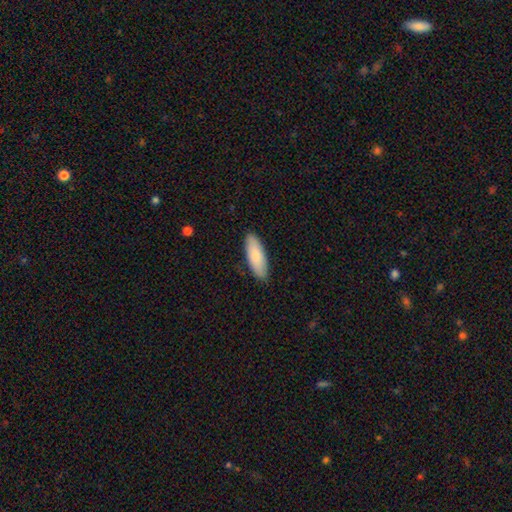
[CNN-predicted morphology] A smooth galaxy with no disk features (84%) that is in between round and cigar-shaped (68%). Merging: none (87%).